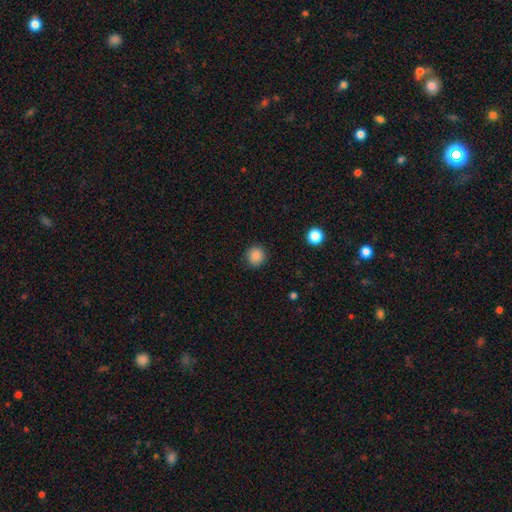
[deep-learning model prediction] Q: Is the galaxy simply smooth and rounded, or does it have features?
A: smooth — 87%.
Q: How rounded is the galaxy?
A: round — 92%.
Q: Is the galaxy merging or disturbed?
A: none — 90%.